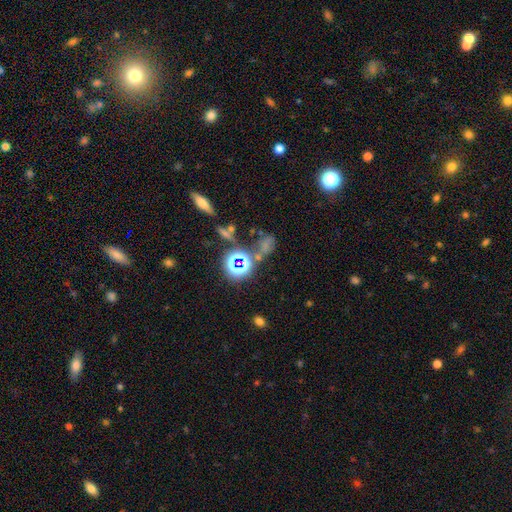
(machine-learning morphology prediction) Smooth or featured? Predicted: star or artifact (p=0.61).